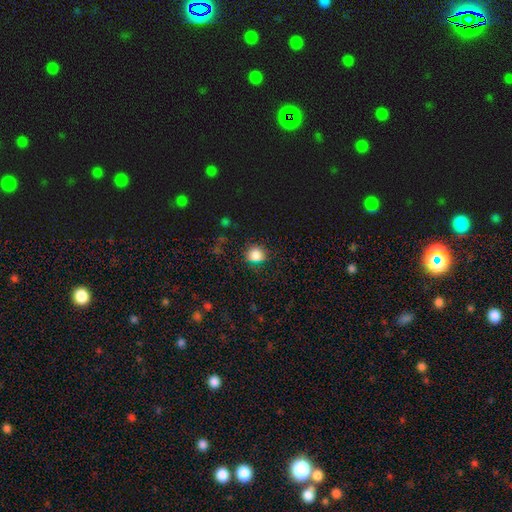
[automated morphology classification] Smooth or featured? Predicted: smooth (p=0.80). How rounded? Predicted: round (p=0.82). Merging? Predicted: none (p=0.79).